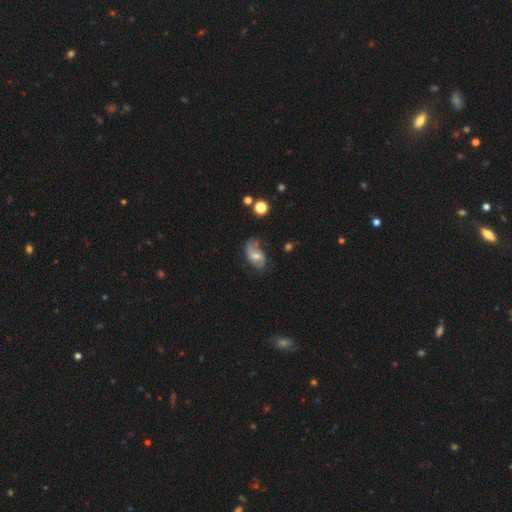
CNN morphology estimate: type=featured or disk (58%); edge-on=no (95%); bar=weak (48%); spiral arms=yes (79%); bulge=moderate (53%); merging=none (49%).